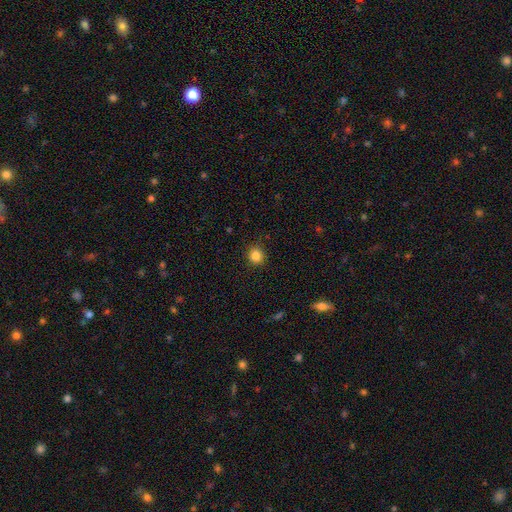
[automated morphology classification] This is clearly a smooth galaxy (84%). How rounded: clearly round (88%). Merging: clearly none (89%).